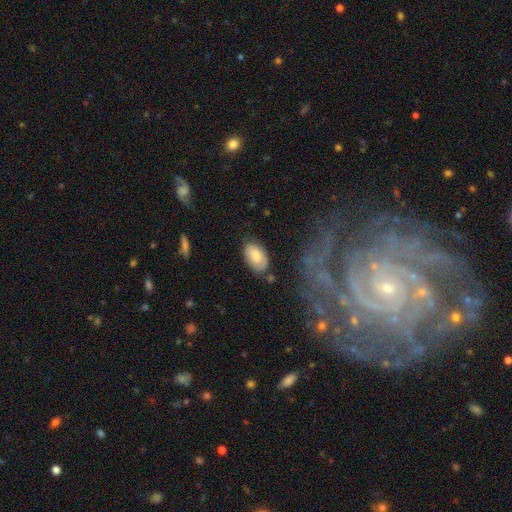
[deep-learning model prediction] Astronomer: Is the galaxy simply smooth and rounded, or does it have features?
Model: smooth — 80%.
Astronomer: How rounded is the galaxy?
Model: in between — 94%.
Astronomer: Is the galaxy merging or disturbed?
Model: none — 73%.